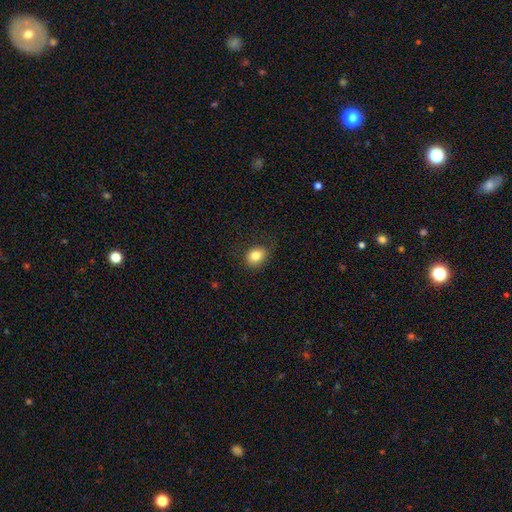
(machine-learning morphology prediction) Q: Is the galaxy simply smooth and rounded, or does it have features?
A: smooth — 82%.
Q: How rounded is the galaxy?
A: round — 55%.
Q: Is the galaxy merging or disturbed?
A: none — 80%.